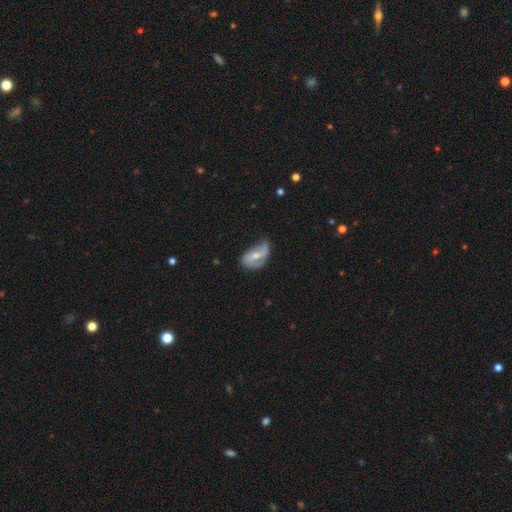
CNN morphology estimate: This is likely a featured or disk galaxy (63%). It is clearly not viewed edge-on (95%). Bar: marginally weak (43%). Spiral arm pattern: clearly yes (80%). Central bulge: possibly moderate (53%). Merging: marginally minor disturbance (40%).